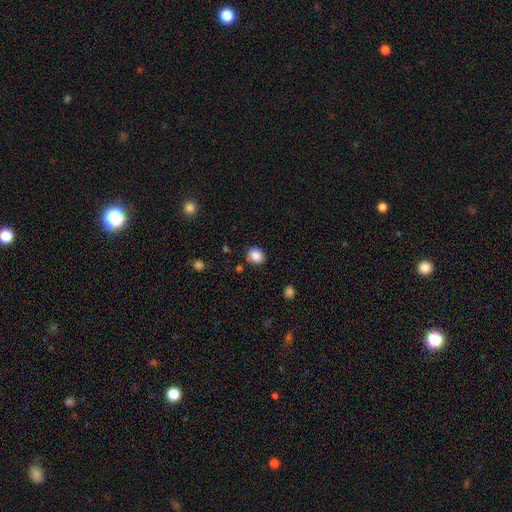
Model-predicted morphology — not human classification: Q: Smooth or featured?
A: smooth (87%); runner-up: star or artifact (9%)
Q: How rounded?
A: in between (50%); runner-up: round (49%)
Q: Merging?
A: none (83%); runner-up: minor disturbance (11%)